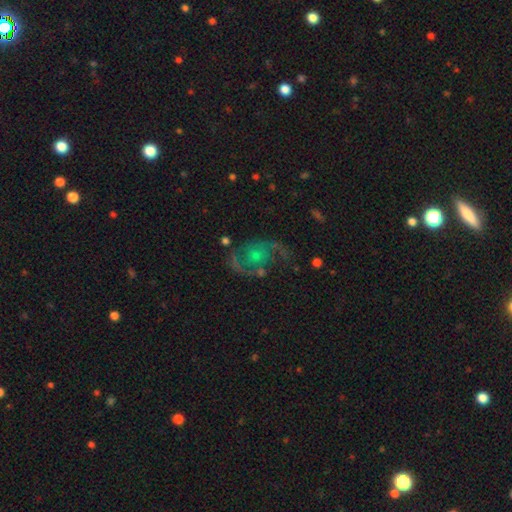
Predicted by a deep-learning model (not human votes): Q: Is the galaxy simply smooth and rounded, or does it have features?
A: featured or disk — 78%.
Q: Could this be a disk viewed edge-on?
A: no — 98%.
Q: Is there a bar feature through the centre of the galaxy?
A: no — 74%.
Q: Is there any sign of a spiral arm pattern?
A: yes — 89%.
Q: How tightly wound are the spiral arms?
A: medium — 47%.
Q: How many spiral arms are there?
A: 2 — 84%.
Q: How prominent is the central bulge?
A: small — 52%.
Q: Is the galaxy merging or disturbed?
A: none — 56%.